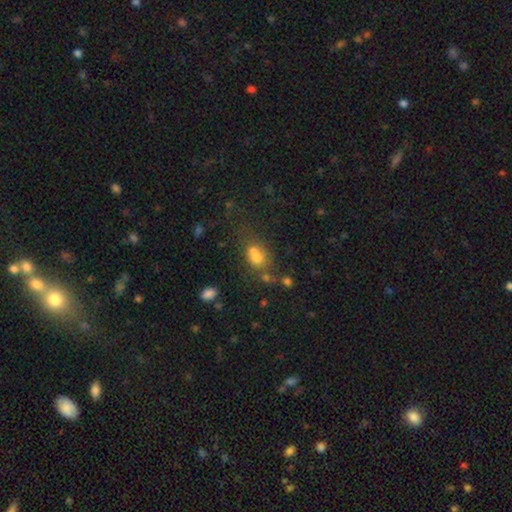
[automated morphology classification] smooth_or_featured: smooth (p=0.64) [alt: featured or disk p=0.19]
how_rounded: in between (p=0.52) [alt: round p=0.46]
merging: merger (p=0.52) [alt: none p=0.29]